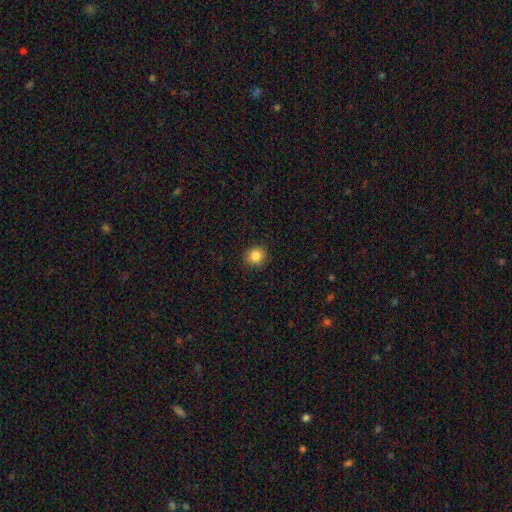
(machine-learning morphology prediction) A smooth galaxy with no disk features (85%) that is round (90%).

Vote fractions:
- Smooth or featured? smooth: 85% / star or artifact: 11% / featured or disk: 5%
- How rounded? round: 90% / in between: 9% / cigar-shaped: 1%
- Merging? none: 91% / minor disturbance: 6% / major disturbance: 2% / merger: 1%